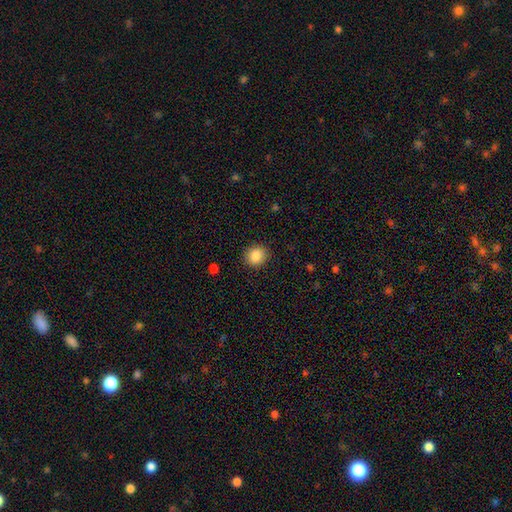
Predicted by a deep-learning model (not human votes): Q: Smooth or featured?
A: smooth (87%); runner-up: star or artifact (9%)
Q: How rounded?
A: round (81%); runner-up: in between (18%)
Q: Merging?
A: none (89%); runner-up: minor disturbance (7%)